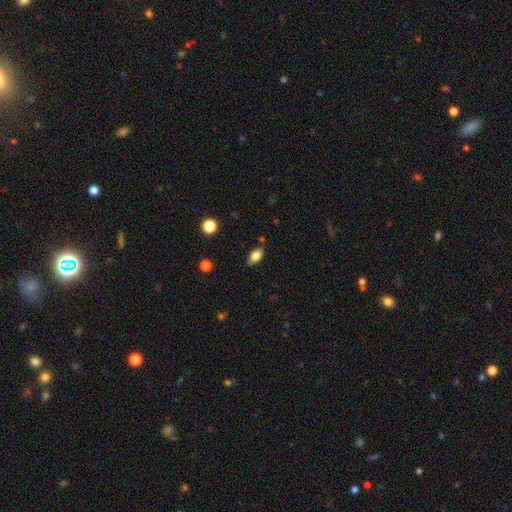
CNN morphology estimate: smooth 79%, featured or disk 13%, star or artifact 9%. Down the decision tree: how rounded — in between (88%); merging — none (82%).